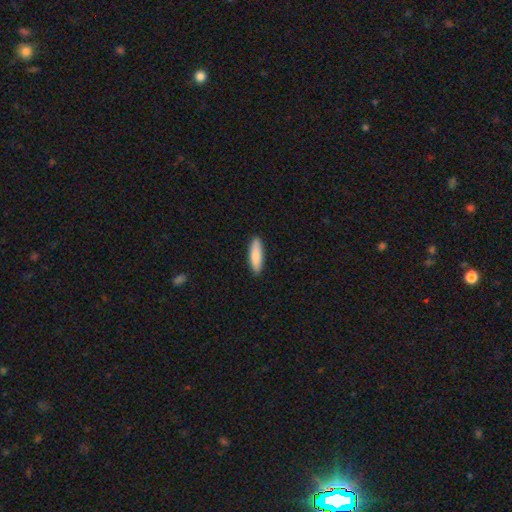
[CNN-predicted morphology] Smooth or featured? Predicted: smooth (p=0.87). How rounded? Predicted: cigar-shaped (p=0.59). Merging? Predicted: none (p=0.90).